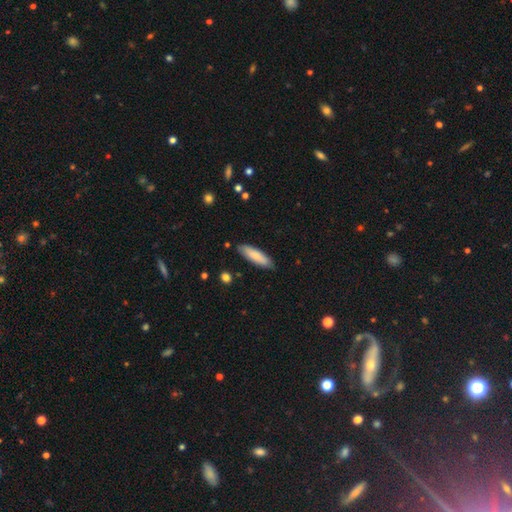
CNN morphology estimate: Smooth or featured?
  - smooth: 83% *
  - featured or disk: 11%
  - star or artifact: 5%
How rounded?
  - cigar-shaped: 61% *
  - in between: 38%
  - round: 1%
Merging?
  - none: 86% *
  - minor disturbance: 11%
  - major disturbance: 2%
  - merger: 2%